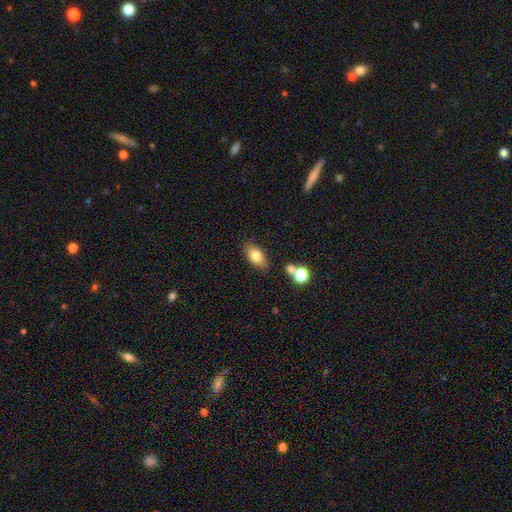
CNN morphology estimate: smooth-or-featured: smooth: 76% | featured or disk: 15% | star or artifact: 9%
  how-rounded: in between: 86% | round: 8% | cigar-shaped: 5%
  merging: none: 80% | minor disturbance: 12% | merger: 6% | major disturbance: 3%